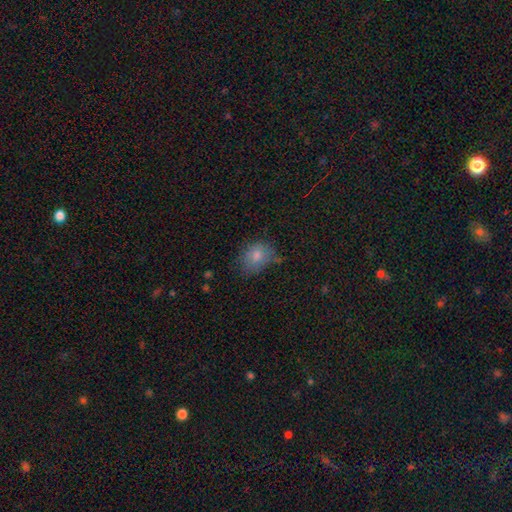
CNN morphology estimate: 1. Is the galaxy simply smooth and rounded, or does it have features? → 77% smooth, 12% star or artifact, 11% featured or disk.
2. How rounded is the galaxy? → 50% in between, 48% round, 1% cigar-shaped.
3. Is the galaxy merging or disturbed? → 61% none, 28% minor disturbance, 8% major disturbance, 3% merger.